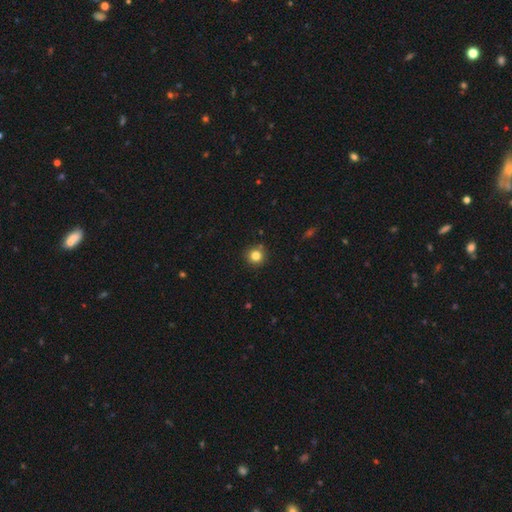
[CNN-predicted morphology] smooth 82%, star or artifact 13%, featured or disk 6%. Down the decision tree: how rounded — round (94%); merging — none (87%).